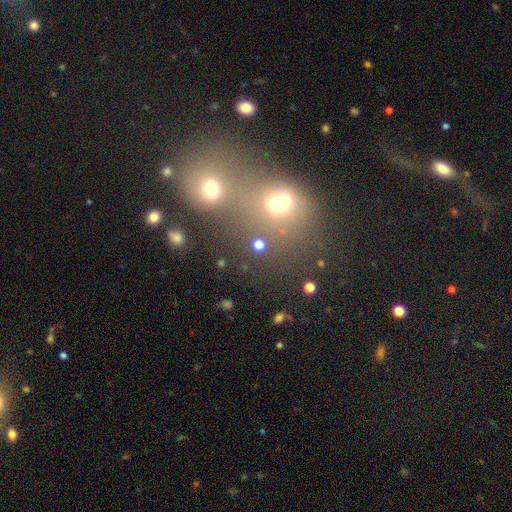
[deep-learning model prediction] This appears to be a smooth galaxy with no disk features (50%). Merging: merger (63%).